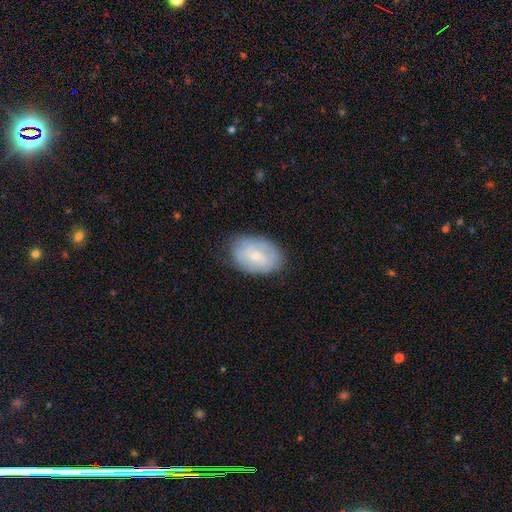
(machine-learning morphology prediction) Q: Smooth or featured?
A: featured or disk (57%); runner-up: smooth (37%)
Q: Edge-on disk?
A: no (96%); runner-up: yes (4%)
Q: Bar?
A: no (60%); runner-up: weak (35%)
Q: Spiral arms?
A: yes (75%); runner-up: no (25%)
Q: Bulge size?
A: small (59%); runner-up: moderate (36%)
Q: Merging?
A: none (76%); runner-up: minor disturbance (18%)